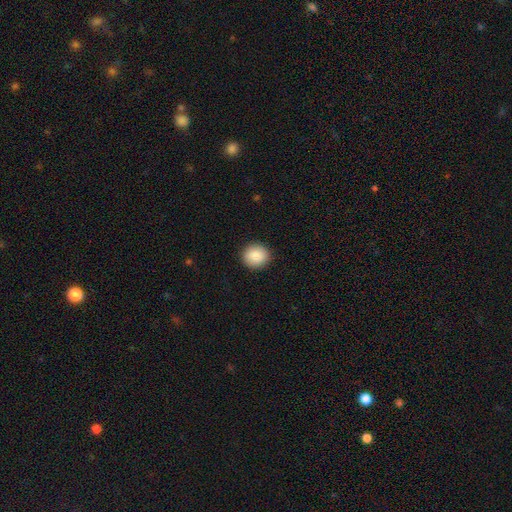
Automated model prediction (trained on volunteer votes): A smooth galaxy with no disk features (86%) that is round (86%).

Vote fractions:
- Smooth or featured? smooth: 86% / star or artifact: 8% / featured or disk: 6%
- How rounded? round: 86% / in between: 13% / cigar-shaped: 1%
- Merging? none: 91% / minor disturbance: 6% / major disturbance: 2% / merger: 1%